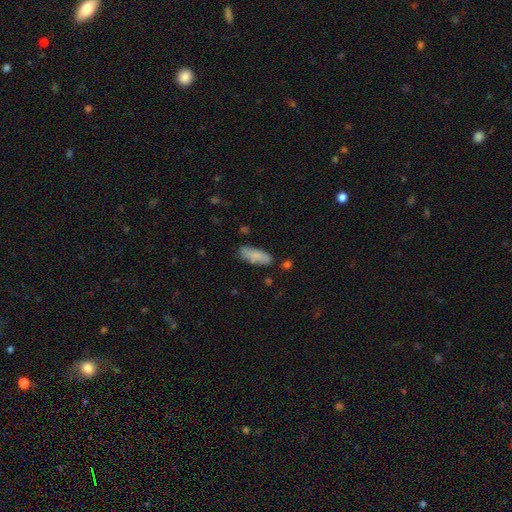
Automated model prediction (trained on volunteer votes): Q: Smooth or featured?
A: smooth (82%); runner-up: featured or disk (12%)
Q: How rounded?
A: in between (68%); runner-up: cigar-shaped (30%)
Q: Merging?
A: none (74%); runner-up: minor disturbance (18%)